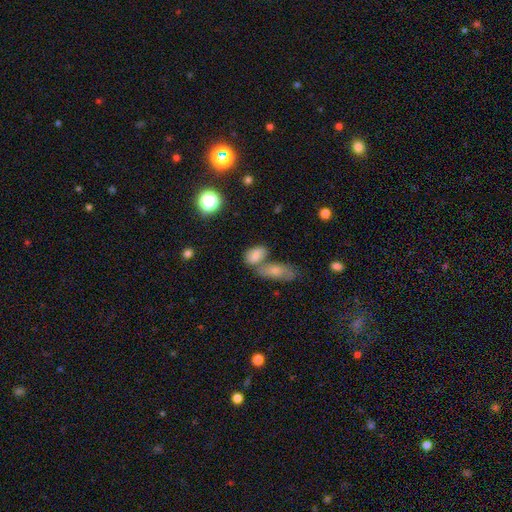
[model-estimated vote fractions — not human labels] The model was most divided on "merging": none: 44%, merger: 36%, minor disturbance: 14%, major disturbance: 5%. More confident: how rounded — in between (84%); smooth or featured — smooth (75%).